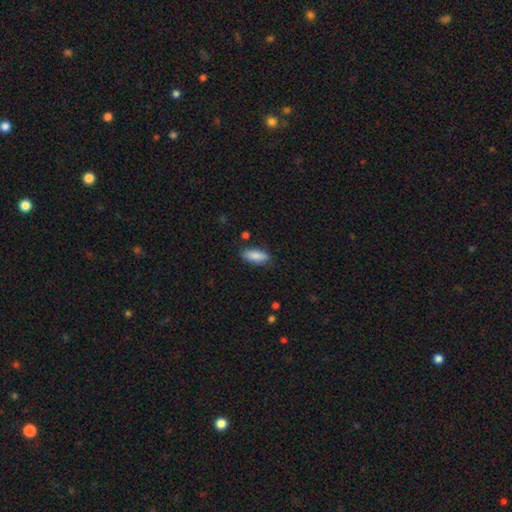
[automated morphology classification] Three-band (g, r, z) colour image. It shows a smooth galaxy with no disk features (87%) that is in between round and cigar-shaped (73%). Merging: none (83%).